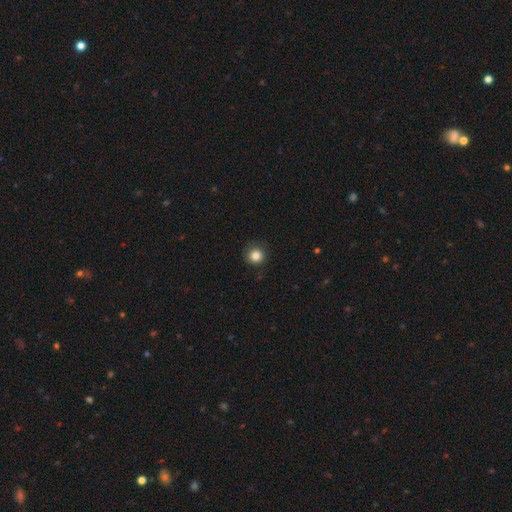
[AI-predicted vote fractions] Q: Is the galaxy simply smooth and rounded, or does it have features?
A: smooth — 84%.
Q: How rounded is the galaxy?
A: round — 94%.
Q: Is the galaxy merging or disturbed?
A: none — 85%.